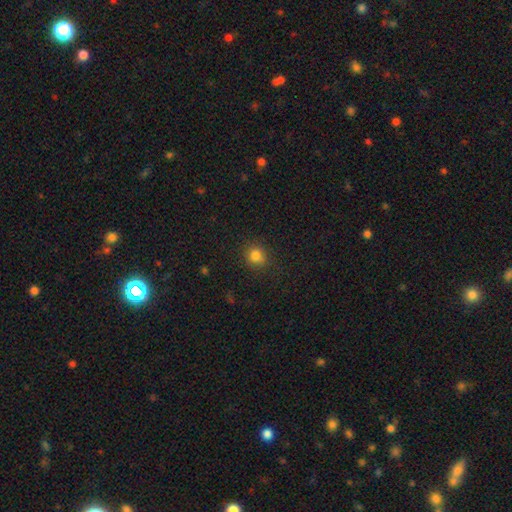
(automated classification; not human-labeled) Overall: smooth (82%). How rounded: round (83%). Merging: none (87%).